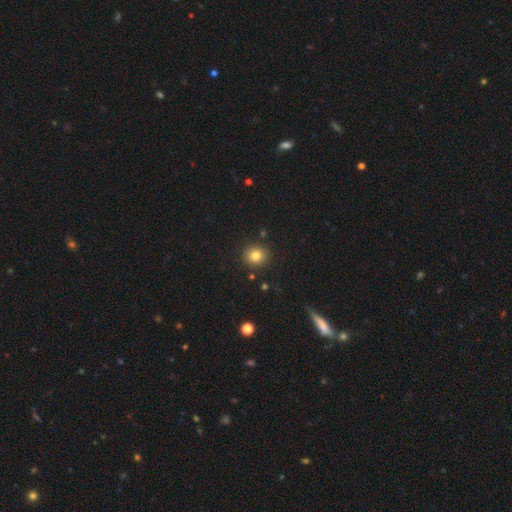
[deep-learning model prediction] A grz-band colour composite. It shows a smooth galaxy with no disk features (81%) that is round (85%). Merging: none (89%).